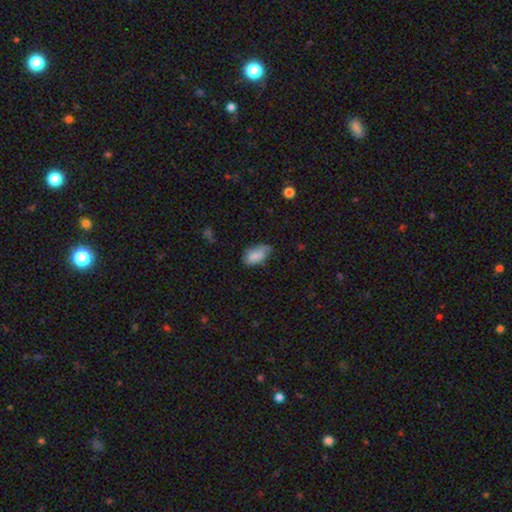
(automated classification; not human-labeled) This is likely a smooth galaxy (79%). How rounded: clearly in between (92%). Merging: marginally none (44%).